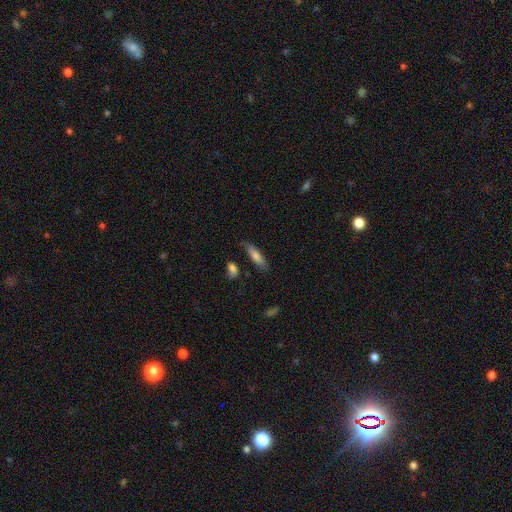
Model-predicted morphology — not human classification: Overall: smooth (72%). How rounded: cigar-shaped (64%; in between 34%). Merging: none (75%).